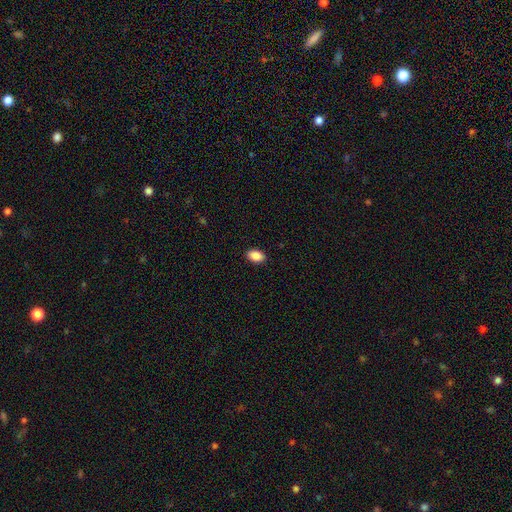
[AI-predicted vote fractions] Overall: smooth (89%). How rounded: in between (89%). Merging: none (90%).